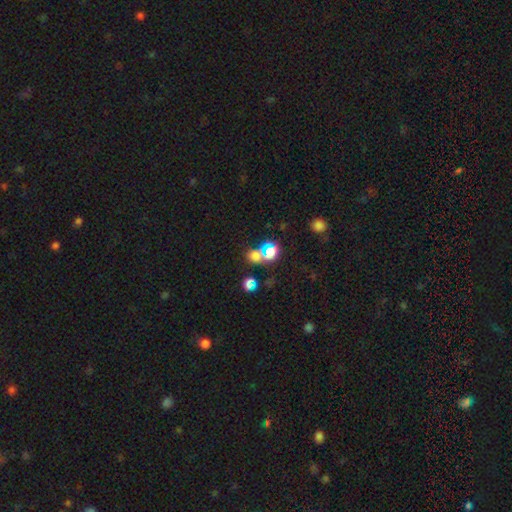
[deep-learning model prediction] Smooth or featured? smooth (59%)
How rounded? round (75%)
Merging? none (59%)